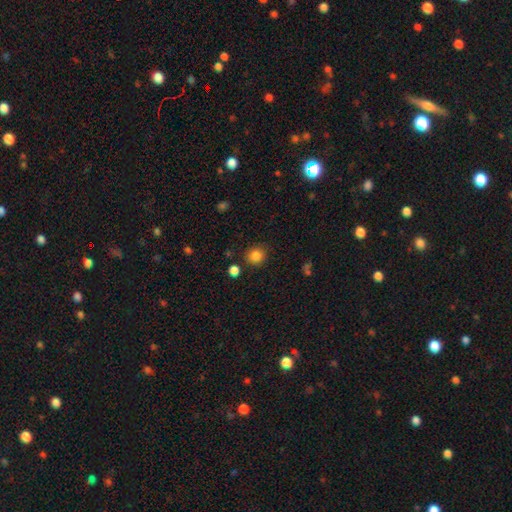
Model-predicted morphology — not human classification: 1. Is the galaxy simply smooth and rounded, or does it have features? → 85% smooth, 11% star or artifact, 4% featured or disk.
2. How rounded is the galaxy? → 88% round, 11% in between, 1% cigar-shaped.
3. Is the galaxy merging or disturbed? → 85% none, 9% minor disturbance, 3% merger, 3% major disturbance.